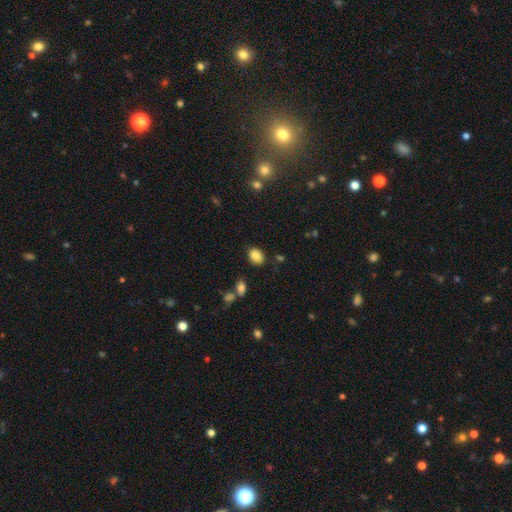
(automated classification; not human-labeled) Smooth or featured: smooth — 85% (star or artifact — 9%)
How rounded: in between — 69% (round — 30%)
Merging: none — 82% (minor disturbance — 11%)